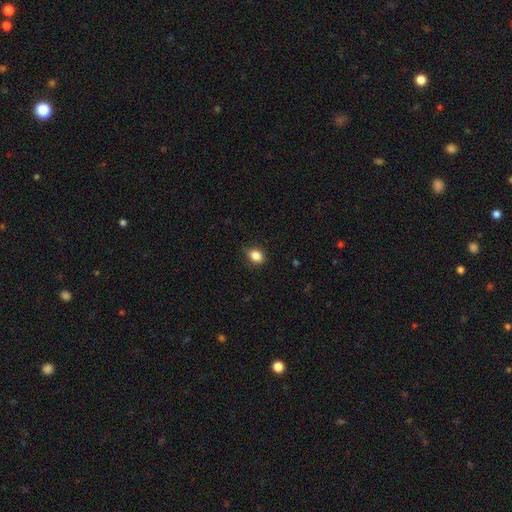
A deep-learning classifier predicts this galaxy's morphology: This appears to be a smooth galaxy with no disk features (85%) that is in between round and cigar-shaped (69%). Merging: none (78%).